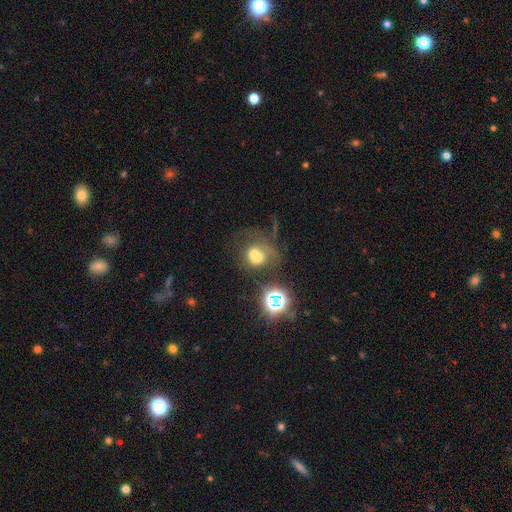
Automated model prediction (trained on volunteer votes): A smooth galaxy with no disk features (51%) that is round (60%). Merging: merger (46%).